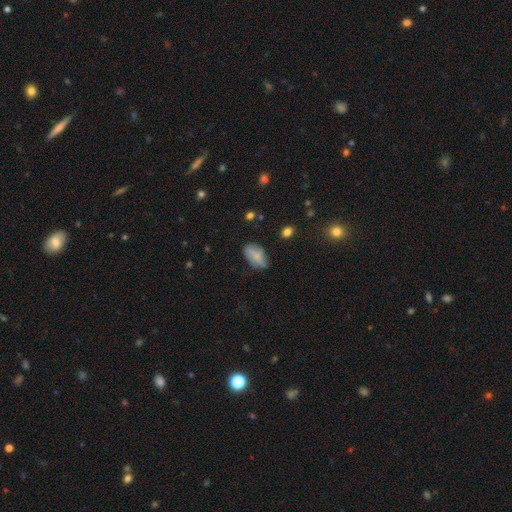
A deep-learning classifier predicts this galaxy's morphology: Smooth or featured?
  - smooth: 64% *
  - featured or disk: 26%
  - star or artifact: 10%
How rounded?
  - in between: 91% *
  - round: 5%
  - cigar-shaped: 4%
Merging?
  - none: 52% *
  - minor disturbance: 33%
  - major disturbance: 11%
  - merger: 3%